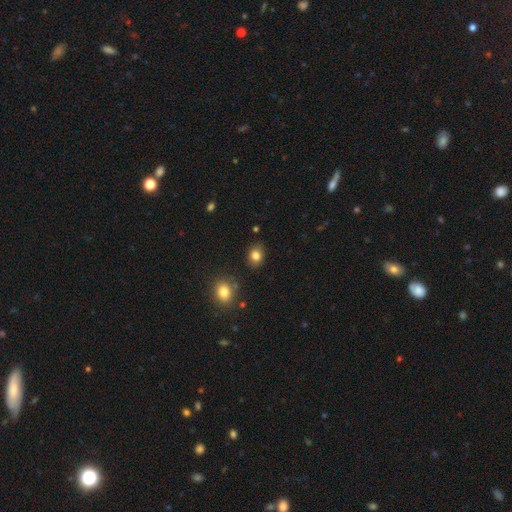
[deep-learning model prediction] smooth 83%, star or artifact 10%, featured or disk 7%. Down the decision tree: how rounded — in between (56%); merging — none (83%).